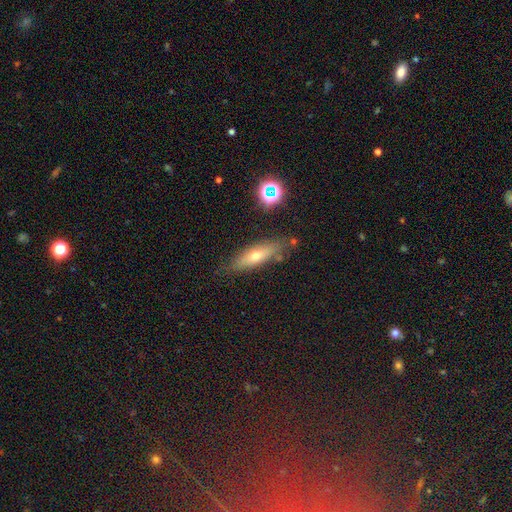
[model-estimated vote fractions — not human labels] A smooth galaxy with no disk features (45%).

Vote fractions:
- Smooth or featured? smooth: 45% / featured or disk: 40% / star or artifact: 15%
- Merging? none: 82% / minor disturbance: 13% / major disturbance: 3% / merger: 2%